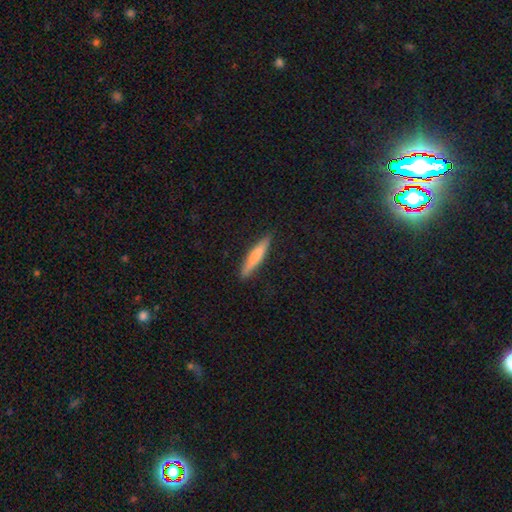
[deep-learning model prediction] A smooth galaxy with no disk features (69%) that is cigar-shaped (91%).

Vote fractions:
- Smooth or featured? smooth: 69% / featured or disk: 25% / star or artifact: 6%
- How rounded? cigar-shaped: 91% / in between: 7% / round: 1%
- Merging? none: 90% / minor disturbance: 8% / major disturbance: 2% / merger: 1%